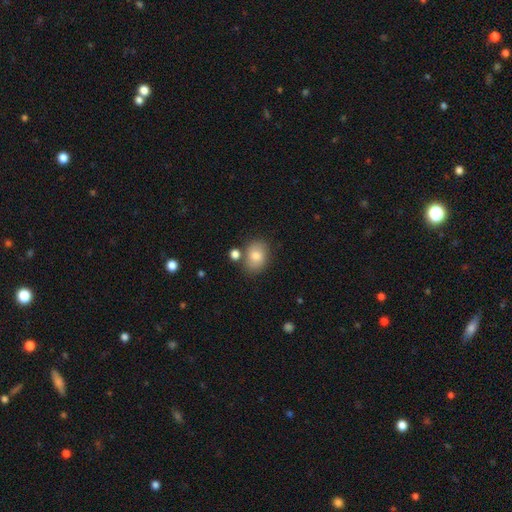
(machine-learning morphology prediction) Smooth or featured: smooth — 79% (featured or disk — 12%)
How rounded: in between — 65% (round — 34%)
Merging: none — 72% (minor disturbance — 14%)